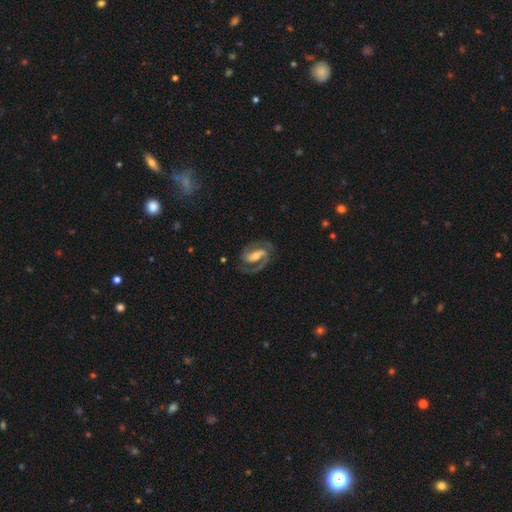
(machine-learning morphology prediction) smooth-or-featured: featured or disk: 89% | smooth: 6% | star or artifact: 4%
  disk-edge-on: no: 97% | yes: 3%
    bar: strong: 48% | weak: 36% | no: 16%
    has-spiral-arms: yes: 97% | no: 3%
      spiral-winding: medium: 57% | tight: 29% | loose: 14%
      spiral-arm-count: 2: 90% | 1: 5% | can't tell: 2% | 3: 1% | 4: 1% | more than 4: 1%
    bulge-size: moderate: 54% | small: 33% | large: 8% | none: 3% | dominant: 1%
  merging: none: 78% | minor disturbance: 14% | major disturbance: 7% | merger: 1%